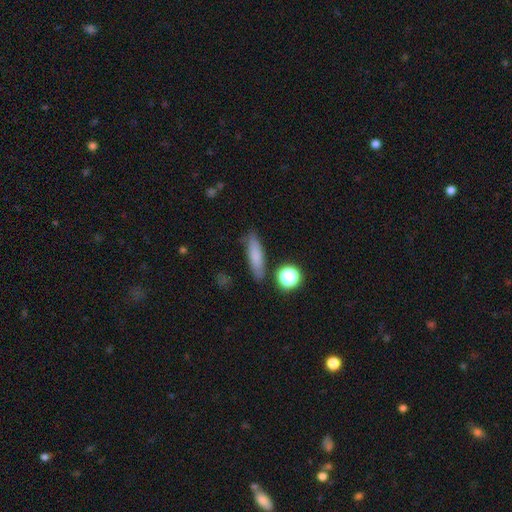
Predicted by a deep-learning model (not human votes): Morphology: type=smooth (76%); roundness=cigar-shaped (61%); merging=none (79%).